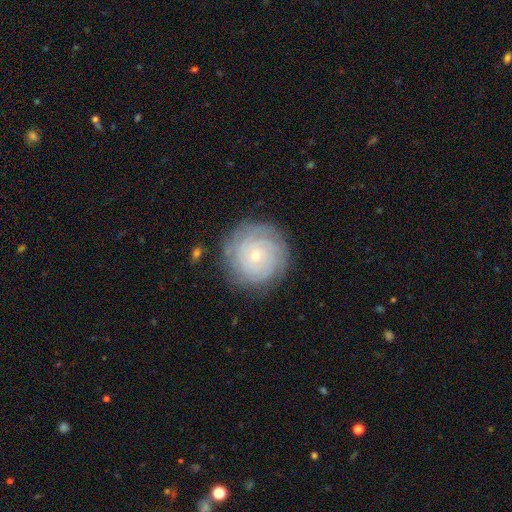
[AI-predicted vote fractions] featured or disk 77%, smooth 15%, star or artifact 7%. Down the decision tree: edge-on disk — no (98%); bar — no (84%); spiral arms — yes (94%); spiral arm count — can't tell (38%); spiral winding — tight (87%); bulge size — small (79%); merging — none (84%).